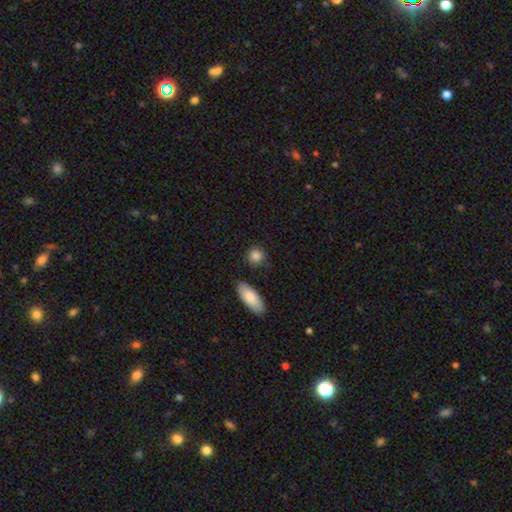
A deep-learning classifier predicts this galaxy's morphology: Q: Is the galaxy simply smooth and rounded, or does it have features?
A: smooth — 87%.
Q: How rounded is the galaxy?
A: round — 81%.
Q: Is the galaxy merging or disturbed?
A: none — 83%.